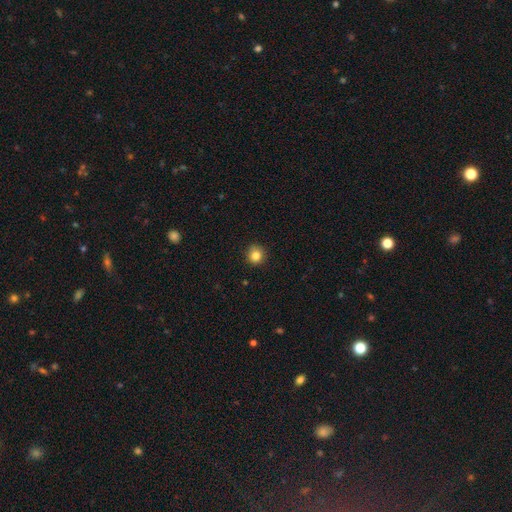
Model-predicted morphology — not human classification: smooth_or_featured: smooth (p=0.83) [alt: star or artifact p=0.11]
how_rounded: round (p=0.91) [alt: in between p=0.08]
merging: none (p=0.89) [alt: minor disturbance p=0.08]